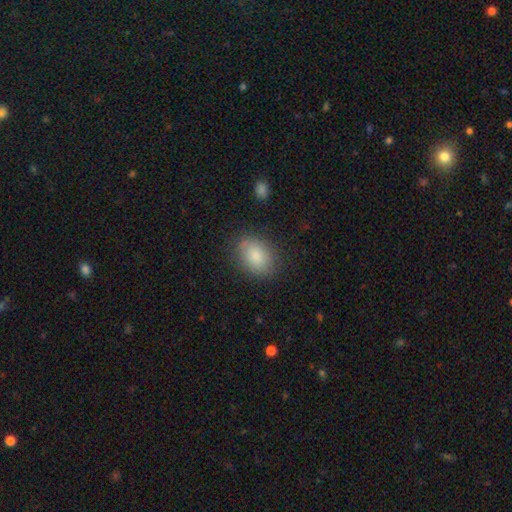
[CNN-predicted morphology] Smooth or featured: smooth — 85% (featured or disk — 8%)
How rounded: in between — 70% (round — 29%)
Merging: none — 78% (minor disturbance — 15%)